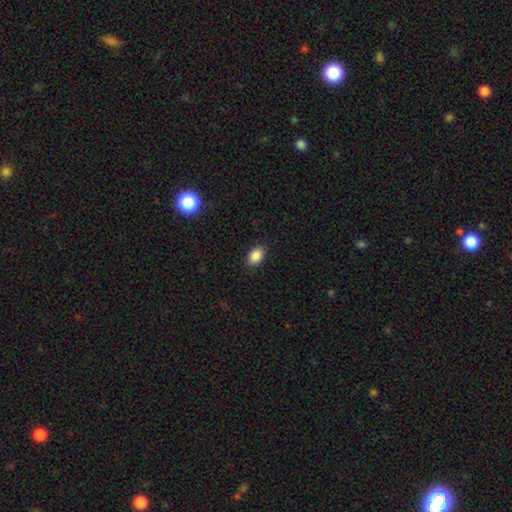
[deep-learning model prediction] Overall: smooth (88%). How rounded: in between (85%). Merging: none (88%).